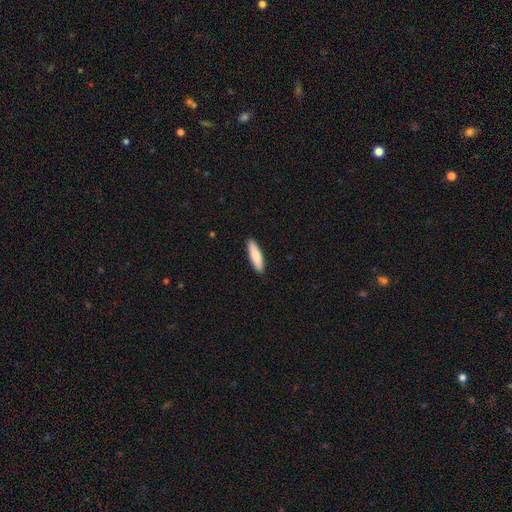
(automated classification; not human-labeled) smooth_or_featured: smooth (p=0.82) [alt: featured or disk p=0.13]
how_rounded: cigar-shaped (p=0.67) [alt: in between p=0.31]
merging: none (p=0.91) [alt: minor disturbance p=0.07]